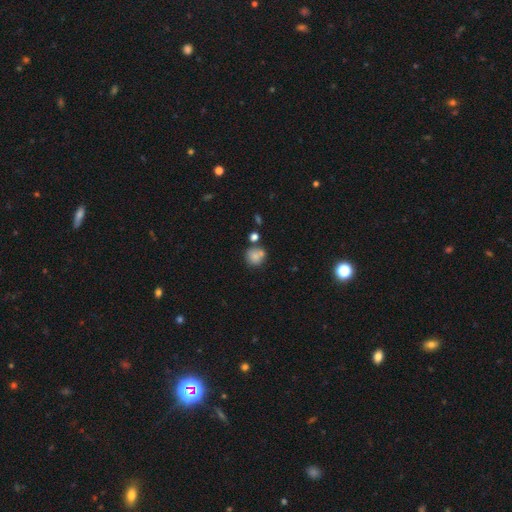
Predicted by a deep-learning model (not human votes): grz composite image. It shows a smooth galaxy with no disk features (78%) that is round (85%). Merging: none (57%).